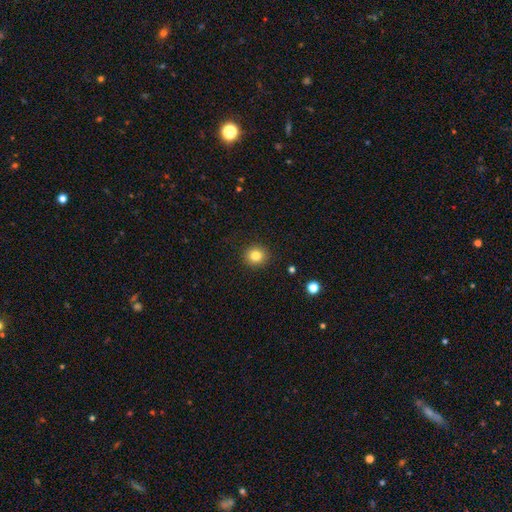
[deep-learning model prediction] smooth_or_featured: smooth (p=0.82) [alt: star or artifact p=0.11]
how_rounded: round (p=0.88) [alt: in between p=0.11]
merging: none (p=0.91) [alt: minor disturbance p=0.06]